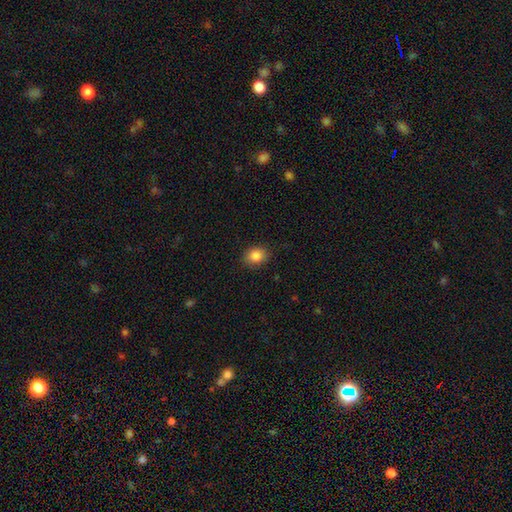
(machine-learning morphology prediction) Smooth or featured? smooth (85%)
How rounded? in between (51%)
Merging? none (88%)